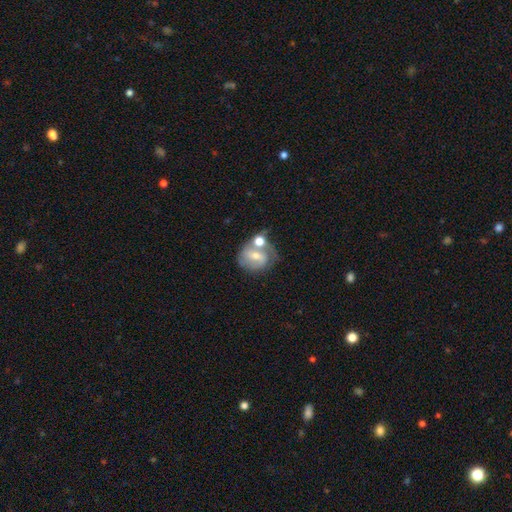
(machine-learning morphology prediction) Smooth or featured?
  - featured or disk: 54% *
  - smooth: 38%
  - star or artifact: 8%
Edge-on disk?
  - no: 96% *
  - yes: 4%
Bar?
  - weak: 45% *
  - no: 33%
  - strong: 22%
Spiral arms?
  - yes: 66% *
  - no: 34%
Bulge size?
  - moderate: 52% *
  - small: 40%
  - large: 4%
  - none: 3%
  - dominant: 1%
Merging?
  - merger: 40% *
  - none: 35%
  - minor disturbance: 16%
  - major disturbance: 10%